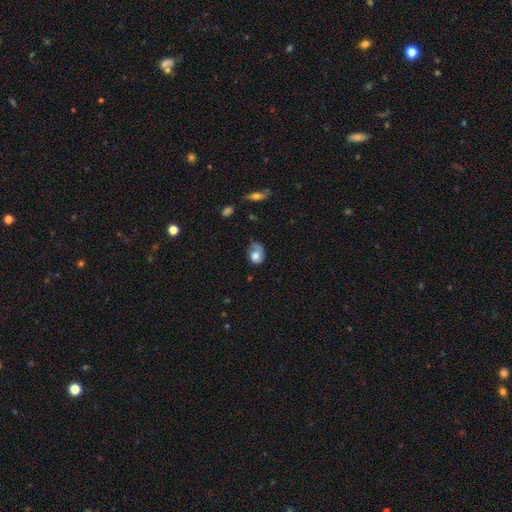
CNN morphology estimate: A smooth galaxy with no disk features (65%) that is in between round and cigar-shaped (58%).

Vote fractions:
- Smooth or featured? smooth: 65% / featured or disk: 27% / star or artifact: 8%
- How rounded? in between: 58% / round: 41% / cigar-shaped: 1%
- Merging? none: 35% / minor disturbance: 34% / major disturbance: 27% / merger: 4%